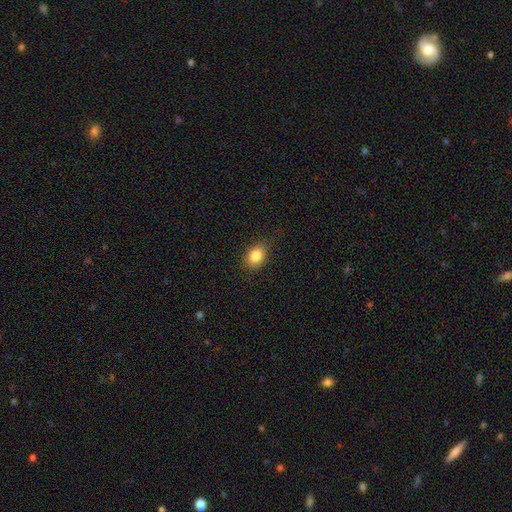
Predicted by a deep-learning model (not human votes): This appears to be a smooth galaxy with no disk features (85%) that is in between round and cigar-shaped (62%). Merging: none (79%).